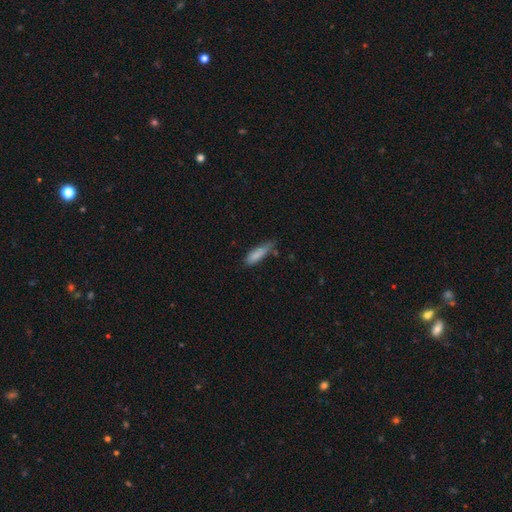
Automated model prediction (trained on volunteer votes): smooth 83%, featured or disk 9%, star or artifact 8%. Down the decision tree: how rounded — cigar-shaped (62%); merging — none (52%).